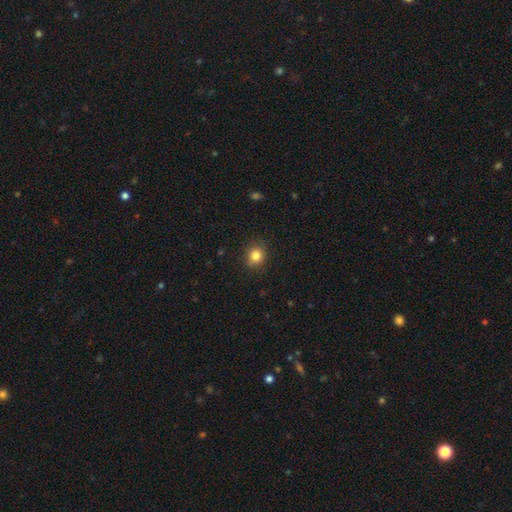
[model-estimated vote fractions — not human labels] A smooth galaxy with no disk features (83%) that is round (84%). Merging: none (85%).